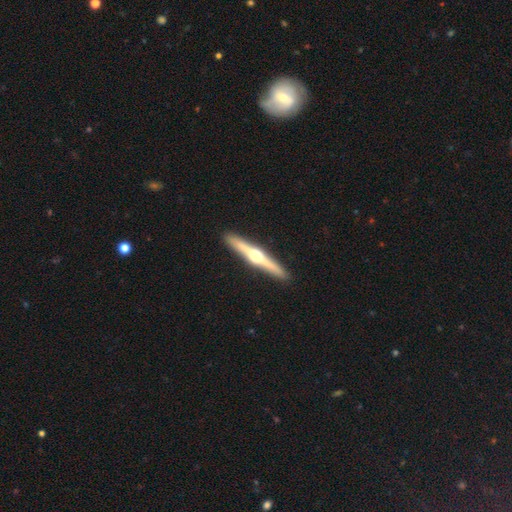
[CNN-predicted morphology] type=featured or disk (74%); edge-on=yes (98%); edge-on bulge=rounded (96%); merging=none (92%).